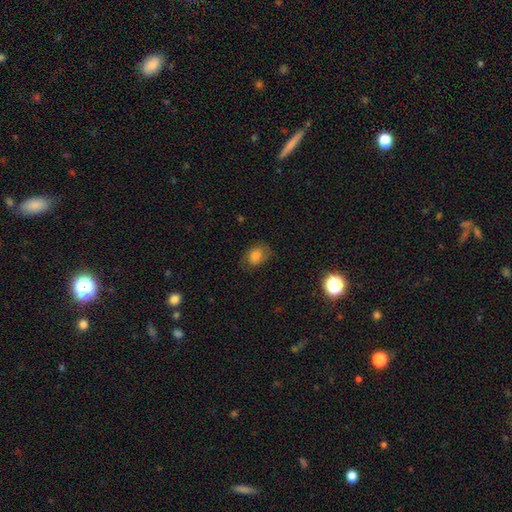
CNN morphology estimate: smooth 78%, featured or disk 11%, star or artifact 11%. Down the decision tree: how rounded — in between (71%); merging — none (68%).